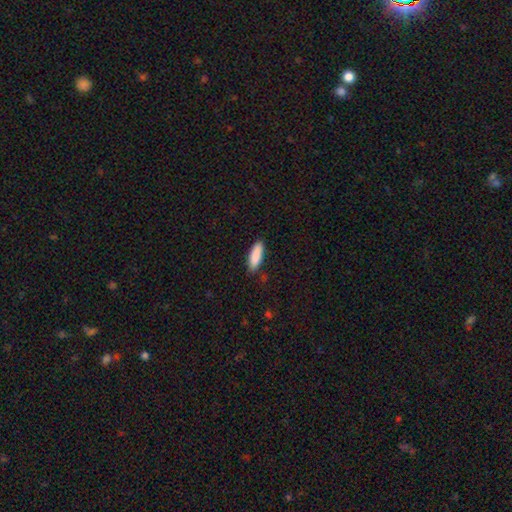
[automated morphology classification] type=smooth (88%); roundness=in between (53%); merging=none (84%).